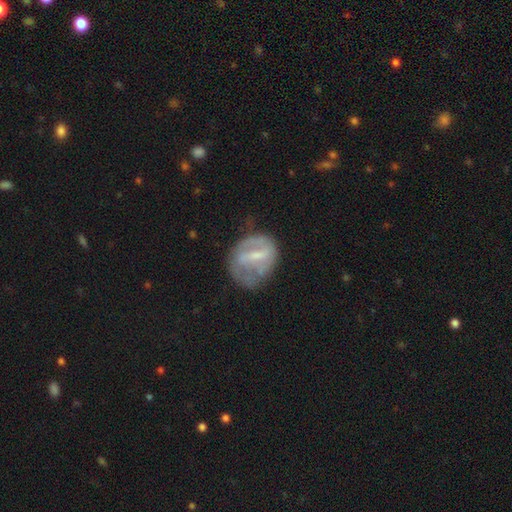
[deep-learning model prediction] A featured or disk galaxy (61%) with a weak bar (45%), spiral arms (51%) and a small central bulge (45%).

Vote fractions:
- Smooth or featured? featured or disk: 61% / smooth: 31% / star or artifact: 8%
- Edge-on disk? no: 96% / yes: 4%
- Bar? weak: 45% / strong: 39% / no: 16%
- Spiral arms? yes: 51% / no: 49%
- Bulge size? small: 45% / moderate: 28% / none: 23% / large: 2% / dominant: 1%
- Merging? none: 49% / minor disturbance: 29% / major disturbance: 20% / merger: 3%